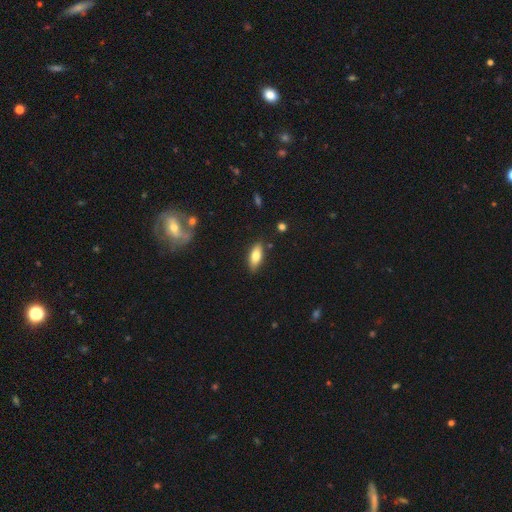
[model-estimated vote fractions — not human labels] This is likely a smooth galaxy (74%). How rounded: likely in between (75%). Merging: clearly none (85%).